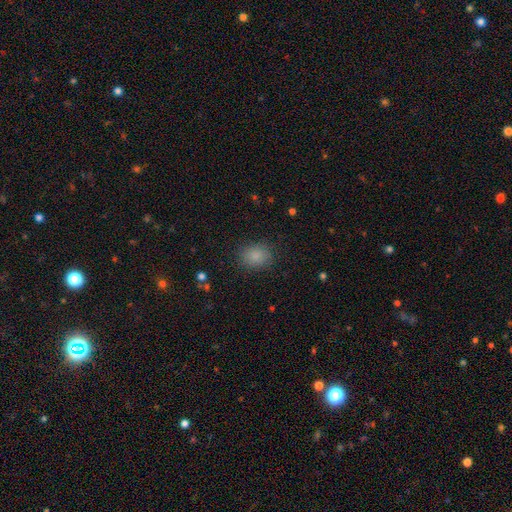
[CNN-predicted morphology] smooth 85%, star or artifact 11%, featured or disk 5%. Down the decision tree: how rounded — in between (51%); merging — none (84%).